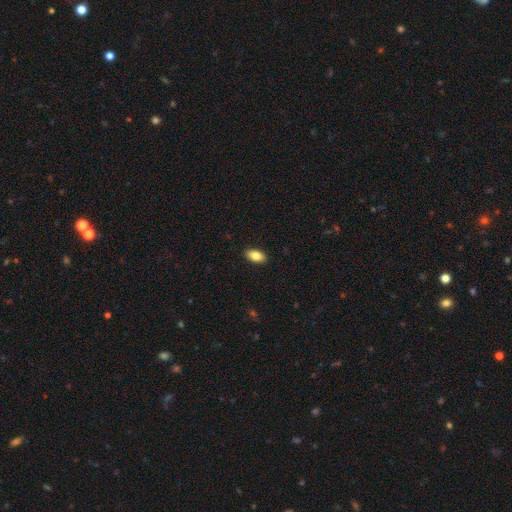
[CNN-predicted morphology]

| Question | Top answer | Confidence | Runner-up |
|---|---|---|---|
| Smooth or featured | smooth | 83% | featured or disk (9%) |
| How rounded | in between | 93% | round (4%) |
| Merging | none | 90% | minor disturbance (7%) |